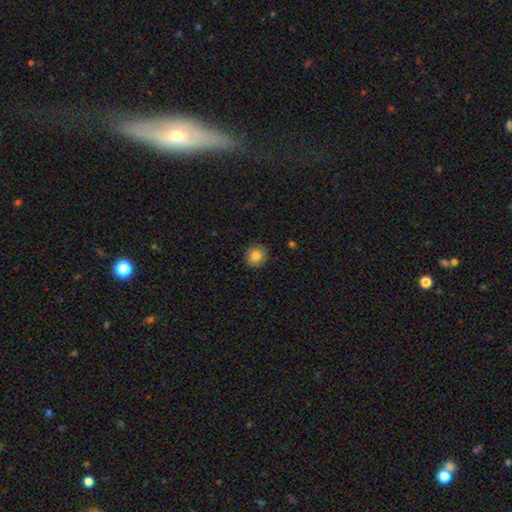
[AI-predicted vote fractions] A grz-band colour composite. It shows a smooth galaxy with no disk features (84%) that is round (80%). Merging: none (87%).